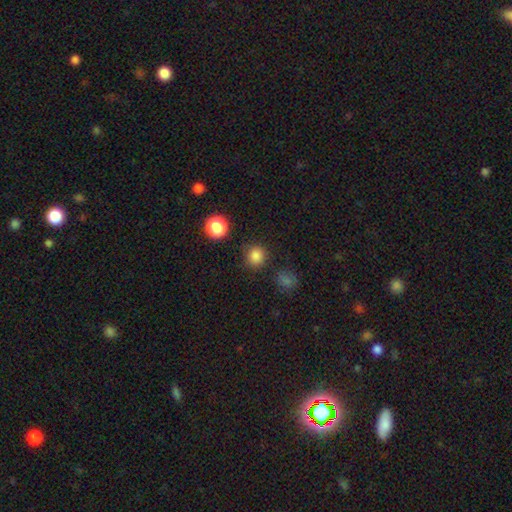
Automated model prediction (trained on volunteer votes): smooth 83%, star or artifact 14%, featured or disk 3%. Down the decision tree: how rounded — round (91%); merging — none (87%).